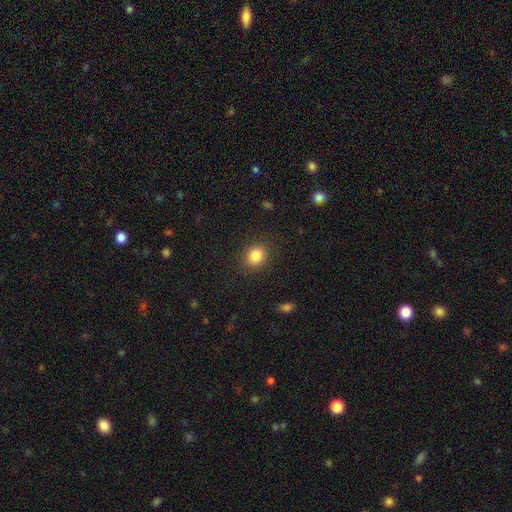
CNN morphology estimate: type=smooth (84%); roundness=round (71%); merging=none (88%).